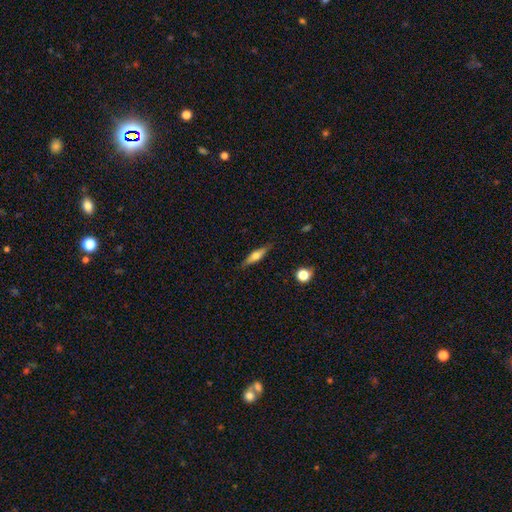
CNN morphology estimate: A featured or disk galaxy (47%). Merging: none (84%).